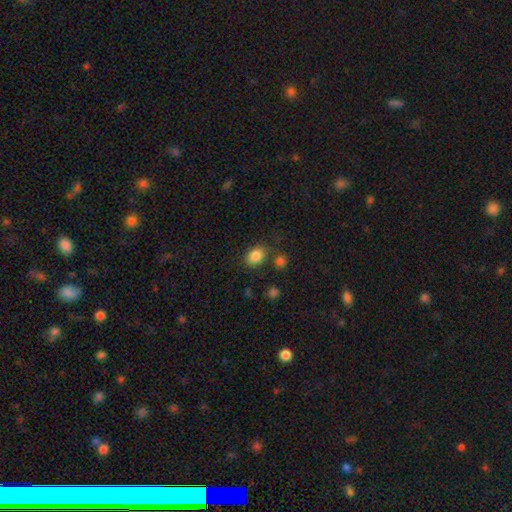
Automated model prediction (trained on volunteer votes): smooth-or-featured: smooth: 85% | star or artifact: 10% | featured or disk: 5%
  how-rounded: in between: 69% | round: 30% | cigar-shaped: 1%
  merging: none: 75% | minor disturbance: 13% | merger: 8% | major disturbance: 4%